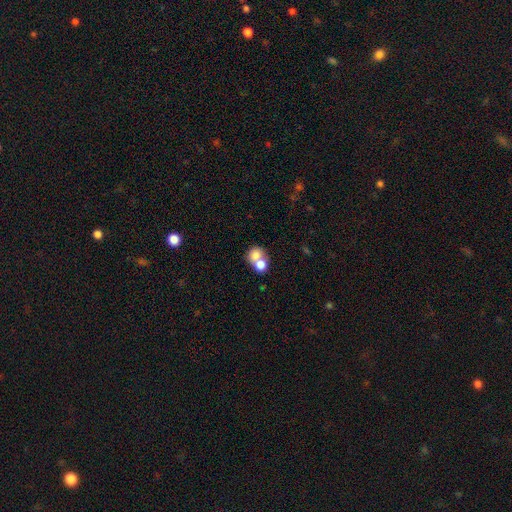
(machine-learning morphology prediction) Smooth or featured?
  - smooth: 75% *
  - featured or disk: 15%
  - star or artifact: 10%
How rounded?
  - round: 64% *
  - in between: 35%
  - cigar-shaped: 1%
Merging?
  - merger: 62% *
  - none: 28%
  - minor disturbance: 7%
  - major disturbance: 4%